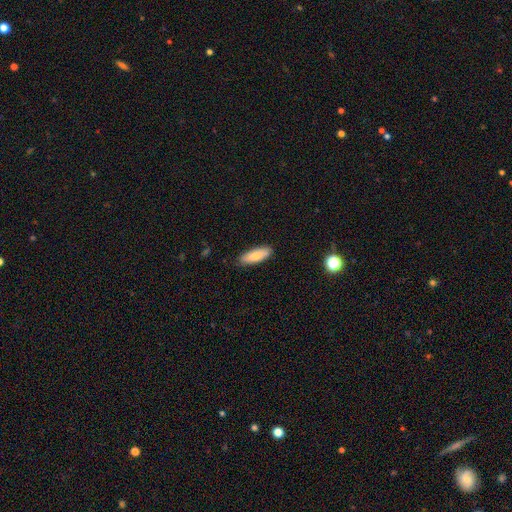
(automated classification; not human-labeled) The model was most divided on "how rounded": in between: 62%, cigar-shaped: 37%, round: 2%. More confident: merging — none (88%); smooth or featured — smooth (78%).